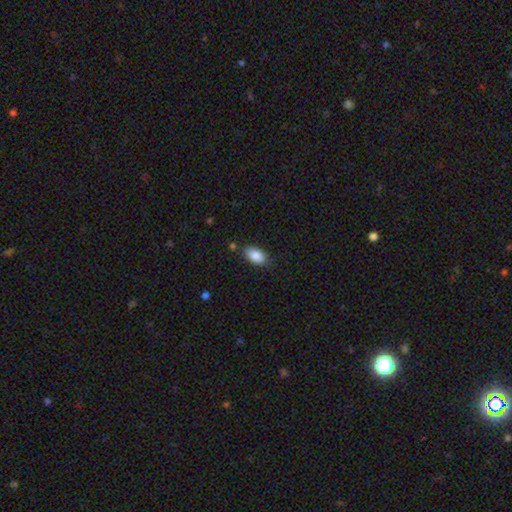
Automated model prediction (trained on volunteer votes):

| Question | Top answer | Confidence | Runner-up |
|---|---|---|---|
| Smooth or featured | smooth | 87% | star or artifact (7%) |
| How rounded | in between | 92% | round (5%) |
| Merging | none | 79% | minor disturbance (15%) |